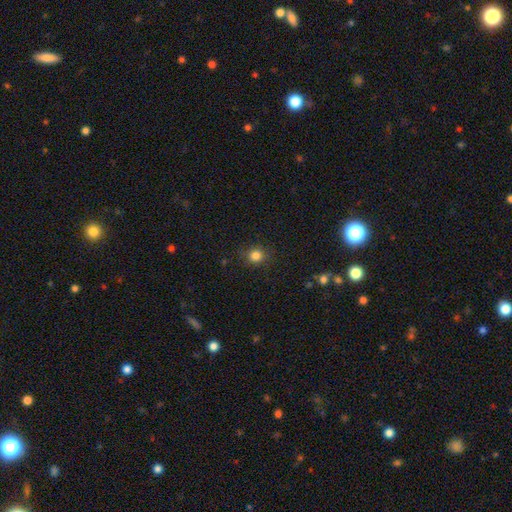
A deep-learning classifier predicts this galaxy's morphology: The model was most divided on "smooth or featured": smooth: 83%, star or artifact: 12%, featured or disk: 4%. More confident: how rounded — round (88%); merging — none (88%).